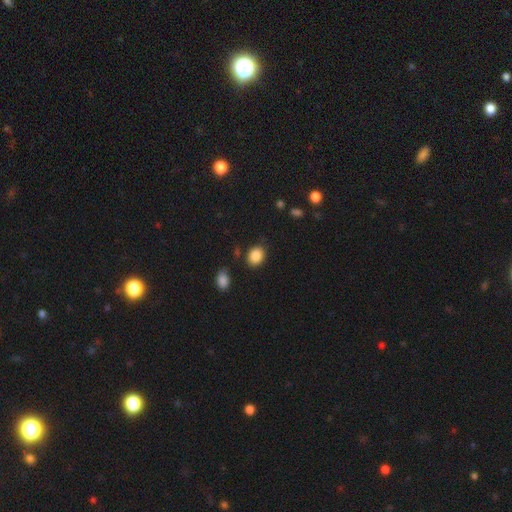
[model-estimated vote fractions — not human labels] Smooth or featured? smooth (87%)
How rounded? in between (52%)
Merging? none (81%)